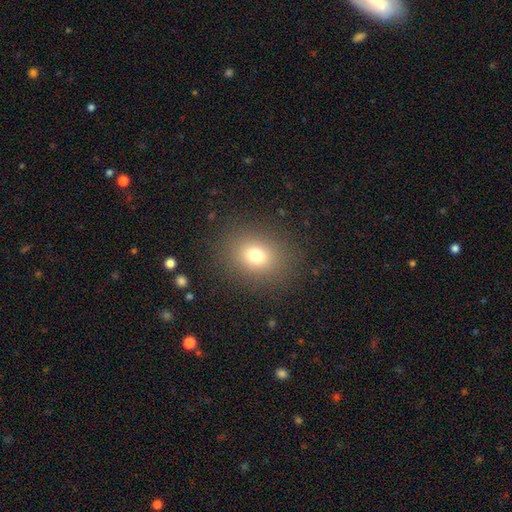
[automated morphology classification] This appears to be a smooth galaxy with no disk features (74%) that is round (60%). Merging: none (86%).